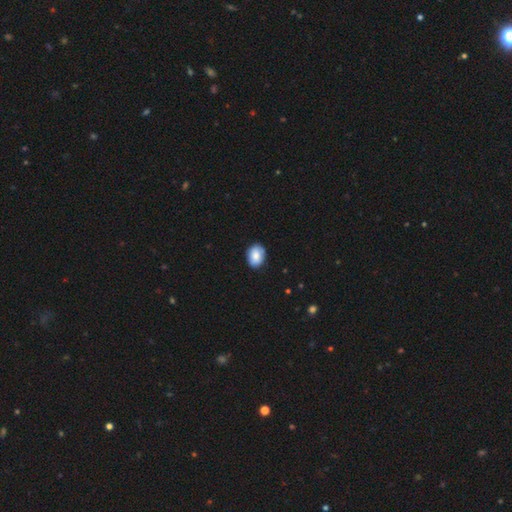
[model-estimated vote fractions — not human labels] Smooth or featured: smooth — 82% (featured or disk — 10%)
How rounded: in between — 71% (round — 28%)
Merging: none — 84% (minor disturbance — 13%)